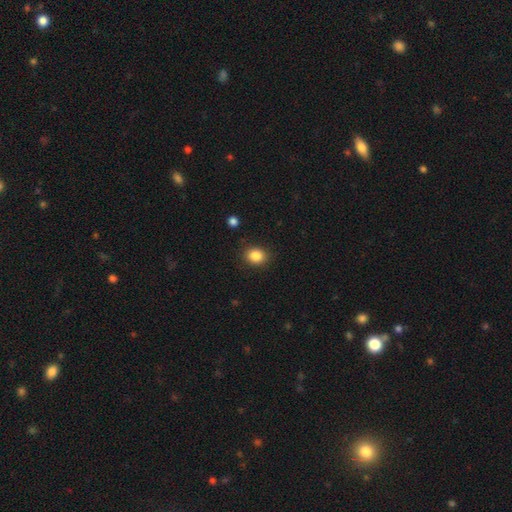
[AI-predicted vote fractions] A smooth galaxy with no disk features (86%) that is round (61%). Merging: none (88%).